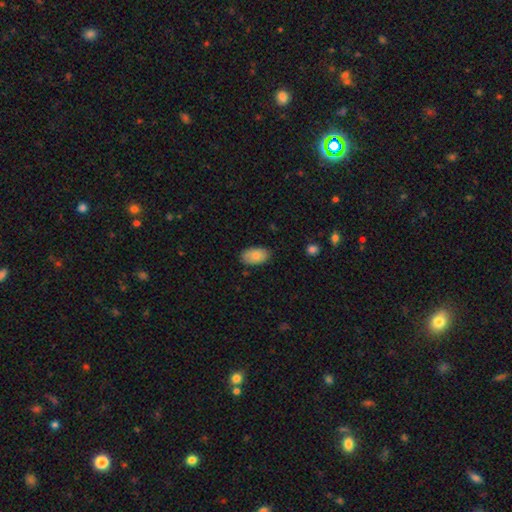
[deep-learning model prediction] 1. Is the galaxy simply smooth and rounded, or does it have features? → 81% smooth, 12% featured or disk, 7% star or artifact.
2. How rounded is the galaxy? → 93% in between, 6% round, 1% cigar-shaped.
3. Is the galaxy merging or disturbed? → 82% none, 15% minor disturbance, 3% major disturbance, 1% merger.